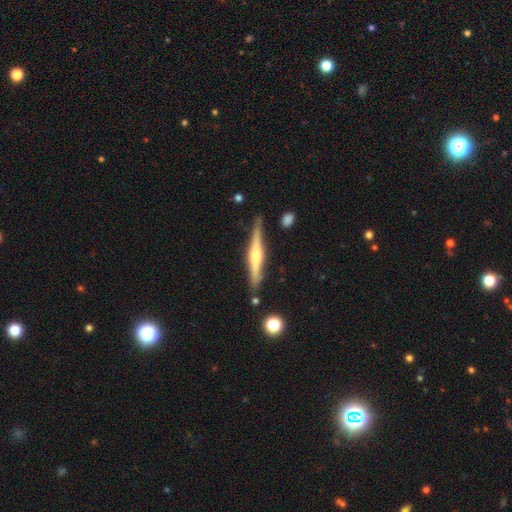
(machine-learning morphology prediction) smooth-or-featured: featured or disk: 72% | smooth: 23% | star or artifact: 6%
  disk-edge-on: yes: 97% | no: 3%
    edge-on-bulge: rounded: 84% | boxy: 10% | none: 6%
  merging: none: 84% | minor disturbance: 11% | merger: 3% | major disturbance: 2%